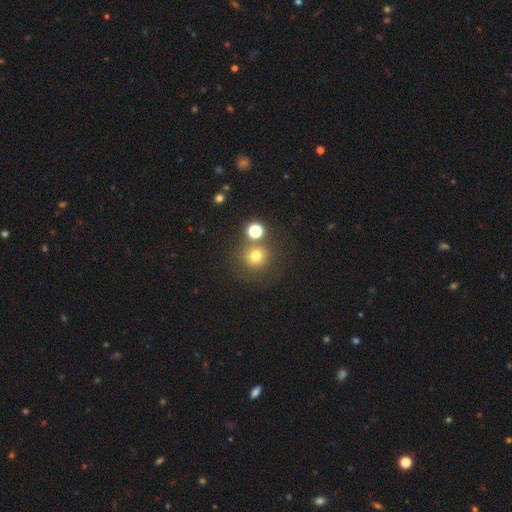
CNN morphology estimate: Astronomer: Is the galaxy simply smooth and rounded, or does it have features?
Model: smooth — 73%.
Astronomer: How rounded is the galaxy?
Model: round — 93%.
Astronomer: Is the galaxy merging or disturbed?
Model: none — 70%.